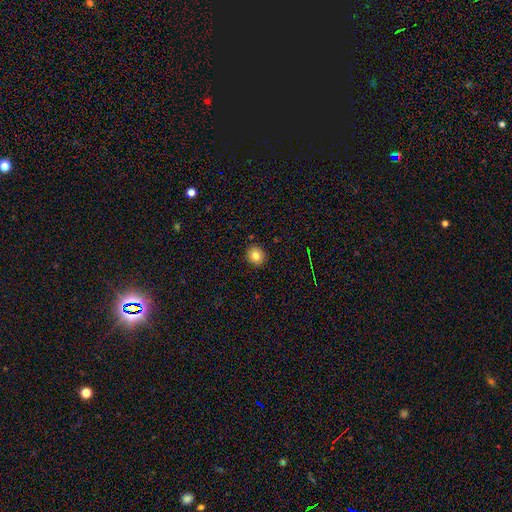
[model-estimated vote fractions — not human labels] smooth 80%, star or artifact 11%, featured or disk 8%. Down the decision tree: how rounded — round (88%); merging — none (91%).